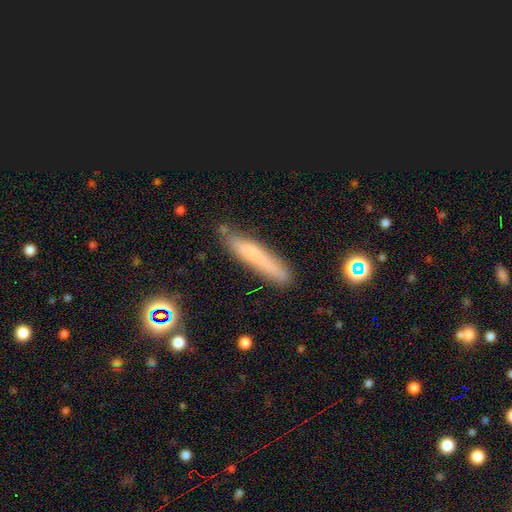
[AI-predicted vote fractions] This appears to be a smooth galaxy with no disk features (65%) that is cigar-shaped (91%). Merging: none (77%).